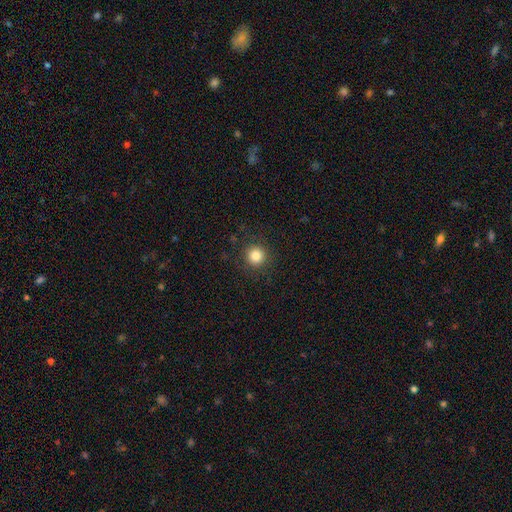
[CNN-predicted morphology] smooth-or-featured: smooth: 83% | star or artifact: 12% | featured or disk: 5%
  how-rounded: round: 95% | in between: 4% | cigar-shaped: 1%
  merging: none: 91% | minor disturbance: 6% | major disturbance: 2% | merger: 1%